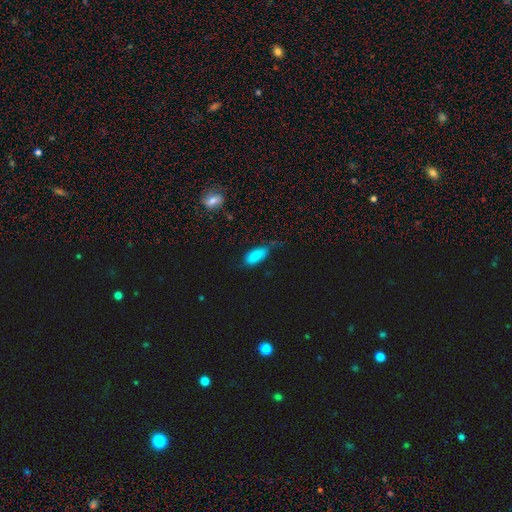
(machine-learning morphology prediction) smooth_or_featured: smooth (p=0.81) [alt: star or artifact p=0.10]
how_rounded: in between (p=0.89) [alt: cigar-shaped p=0.08]
merging: none (p=0.53) [alt: minor disturbance p=0.31]